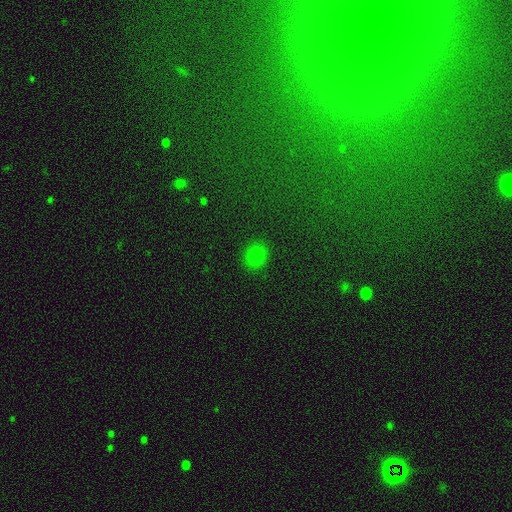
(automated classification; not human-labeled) The model was most divided on "how rounded": round: 64%, in between: 35%, cigar-shaped: 1%. More confident: merging — none (88%); smooth or featured — smooth (78%).